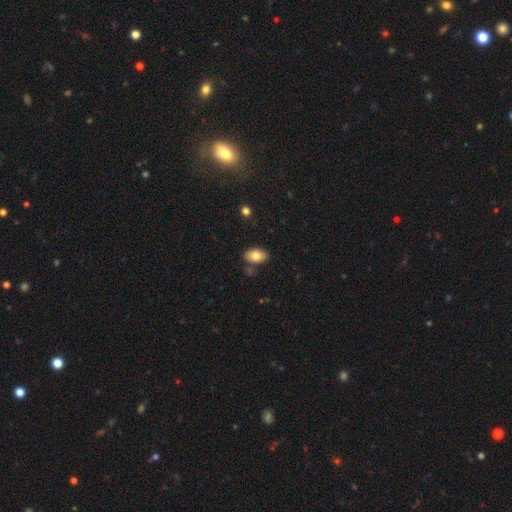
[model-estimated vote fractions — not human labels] Smooth or featured: smooth — 83% (featured or disk — 10%)
How rounded: in between — 90% (round — 9%)
Merging: none — 79% (minor disturbance — 13%)